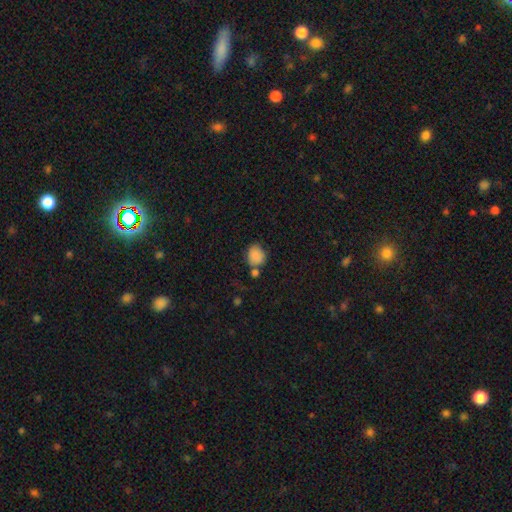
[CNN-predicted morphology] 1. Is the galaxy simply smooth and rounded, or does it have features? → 85% smooth, 9% star or artifact, 6% featured or disk.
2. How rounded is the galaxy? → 64% round, 35% in between, 1% cigar-shaped.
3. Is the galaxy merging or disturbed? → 56% none, 18% merger, 18% minor disturbance, 7% major disturbance.